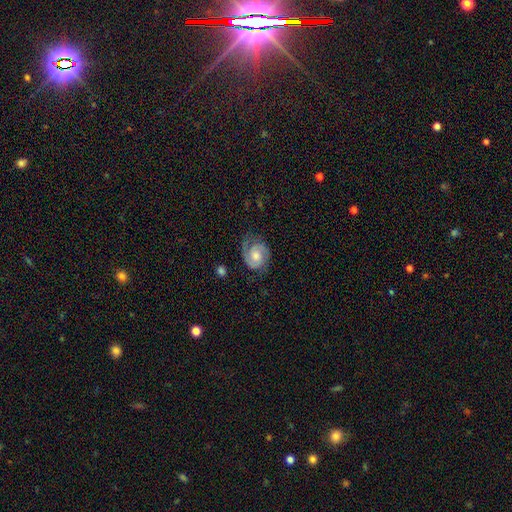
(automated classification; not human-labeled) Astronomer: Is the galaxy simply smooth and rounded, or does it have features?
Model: featured or disk — 81%.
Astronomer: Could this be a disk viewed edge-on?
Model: no — 98%.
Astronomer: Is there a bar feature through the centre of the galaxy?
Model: no — 64%.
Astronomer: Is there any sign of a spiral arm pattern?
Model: yes — 97%.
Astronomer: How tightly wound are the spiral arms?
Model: tight — 53% (runner-up: medium, 38%).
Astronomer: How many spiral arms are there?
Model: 2 — 84%.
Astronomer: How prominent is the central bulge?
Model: moderate — 60%.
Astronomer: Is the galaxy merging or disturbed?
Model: none — 71%.